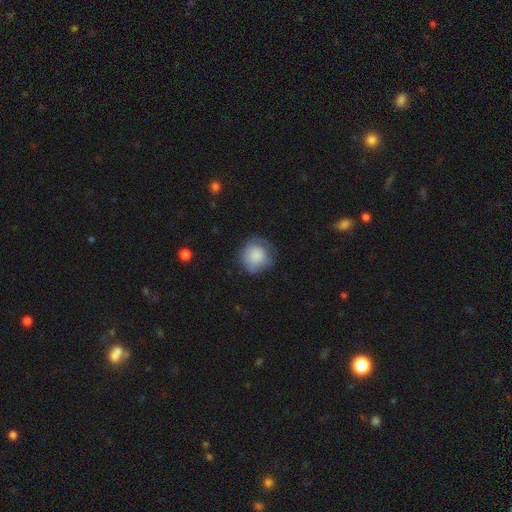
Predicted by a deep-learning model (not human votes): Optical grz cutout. It shows a smooth galaxy with no disk features (77%) that is round (88%). Merging: none (57%).